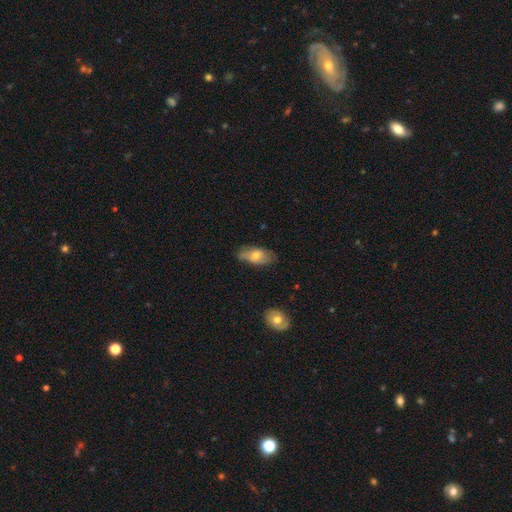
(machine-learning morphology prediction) smooth_or_featured: smooth (p=0.61) [alt: featured or disk p=0.32]
how_rounded: in between (p=0.89) [alt: cigar-shaped p=0.08]
merging: none (p=0.63) [alt: minor disturbance p=0.28]